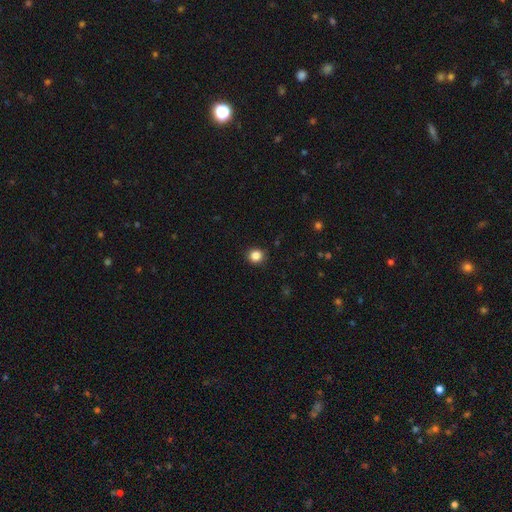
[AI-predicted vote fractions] This is clearly a smooth galaxy (85%). How rounded: clearly round (90%). Merging: clearly none (91%).